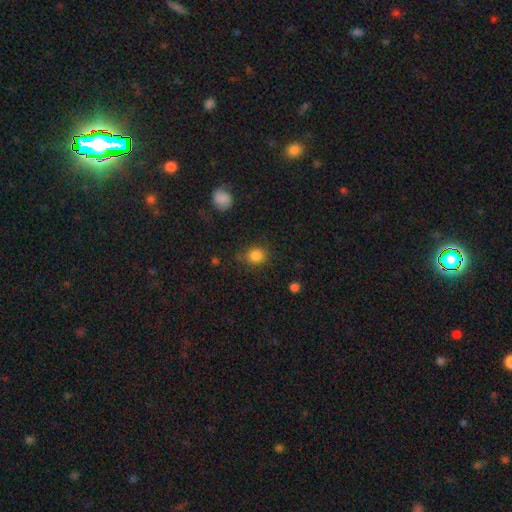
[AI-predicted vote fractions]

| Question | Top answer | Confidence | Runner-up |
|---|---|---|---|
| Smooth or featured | smooth | 85% | star or artifact (11%) |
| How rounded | round | 69% | in between (30%) |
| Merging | none | 79% | minor disturbance (15%) |